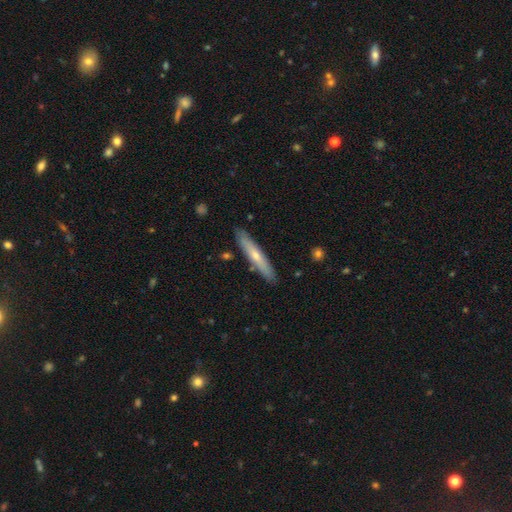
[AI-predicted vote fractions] Smooth or featured?
  - smooth: 50% *
  - featured or disk: 45%
  - star or artifact: 6%
Merging?
  - none: 87% *
  - minor disturbance: 9%
  - merger: 2%
  - major disturbance: 2%